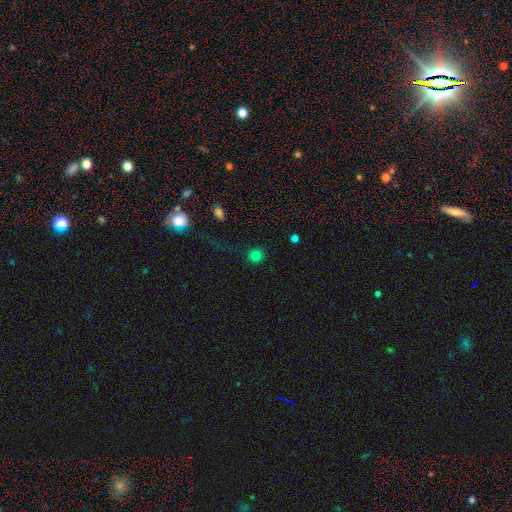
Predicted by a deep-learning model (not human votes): smooth_or_featured: smooth (p=0.80) [alt: star or artifact p=0.15]
how_rounded: round (p=0.95) [alt: in between p=0.04]
merging: none (p=0.89) [alt: minor disturbance p=0.06]